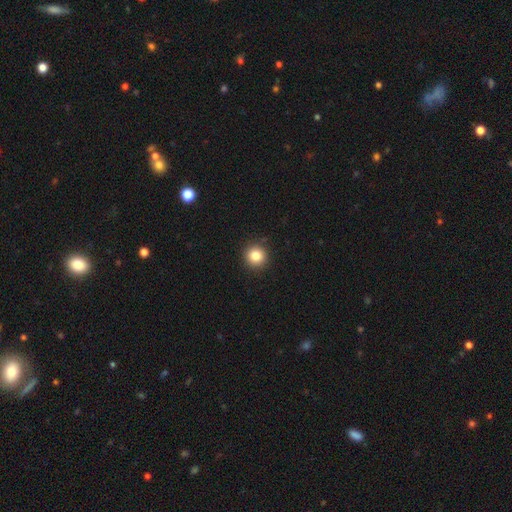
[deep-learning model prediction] A smooth galaxy with no disk features (84%) that is round (94%).

Vote fractions:
- Smooth or featured? smooth: 84% / star or artifact: 11% / featured or disk: 6%
- How rounded? round: 94% / in between: 5% / cigar-shaped: 1%
- Merging? none: 91% / minor disturbance: 6% / major disturbance: 2% / merger: 1%